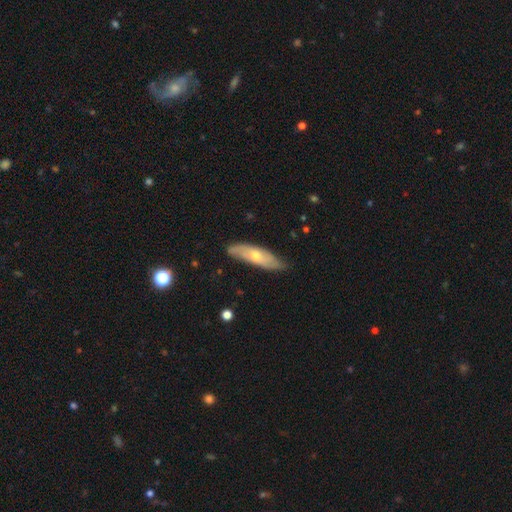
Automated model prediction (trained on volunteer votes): smooth-or-featured: featured or disk: 49% | smooth: 45% | star or artifact: 6%
  merging: none: 76% | minor disturbance: 19% | major disturbance: 3% | merger: 1%